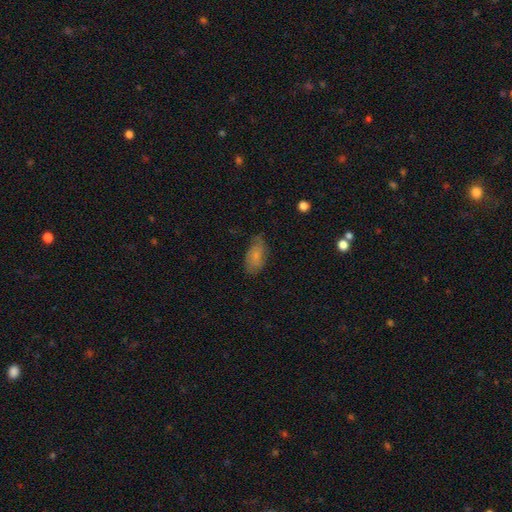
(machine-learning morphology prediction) Overall: smooth (69%). How rounded: in between (91%). Merging: none (68%).